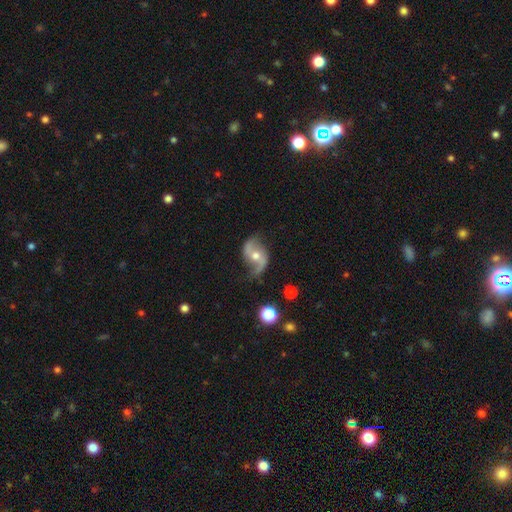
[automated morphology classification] A featured or disk galaxy (85%) with no bar (54%), 2 (92%) loose (79%) spiral arms (95%) and a moderate central bulge (64%).

Vote fractions:
- Smooth or featured? featured or disk: 85% / smooth: 9% / star or artifact: 6%
- Edge-on disk? no: 97% / yes: 3%
- Bar? no: 54% / weak: 31% / strong: 14%
- Spiral arms? yes: 95% / no: 5%
- Spiral winding? loose: 79% / medium: 17% / tight: 5%
- Spiral arm count? 2: 92% / 1: 3% / can't tell: 2% / 3: 1% / 4: 1% / more than 4: 1%
- Bulge size? moderate: 64% / small: 31% / large: 3% / none: 1% / dominant: 1%
- Merging? none: 71% / minor disturbance: 19% / major disturbance: 8% / merger: 2%